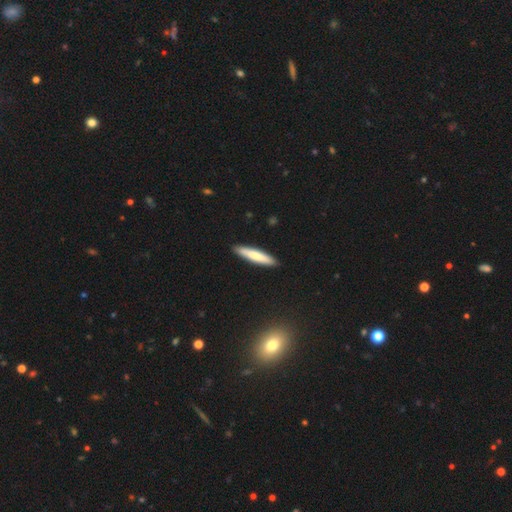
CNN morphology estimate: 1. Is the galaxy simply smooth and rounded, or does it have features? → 73% smooth, 22% featured or disk, 5% star or artifact.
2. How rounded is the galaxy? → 88% cigar-shaped, 11% in between, 1% round.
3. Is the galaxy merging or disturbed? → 90% none, 7% minor disturbance, 1% major disturbance, 1% merger.